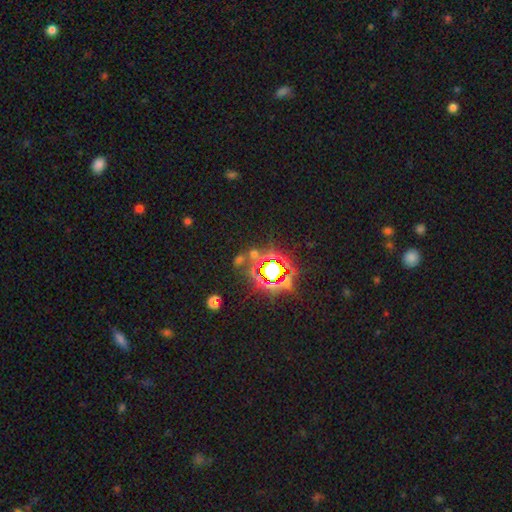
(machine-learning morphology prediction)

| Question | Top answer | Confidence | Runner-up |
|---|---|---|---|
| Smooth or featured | star or artifact | 77% | smooth (14%) |